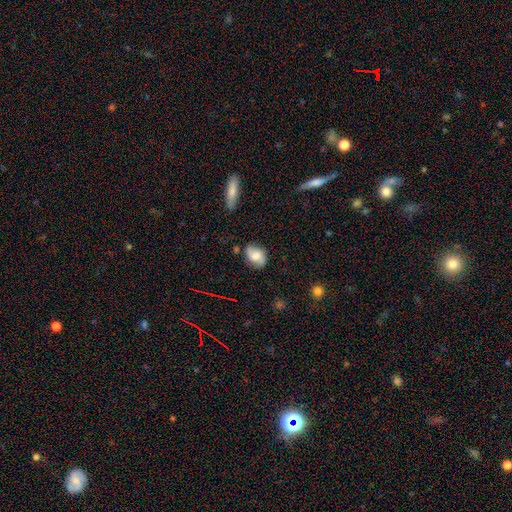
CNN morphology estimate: Smooth or featured?
  - smooth: 60% *
  - featured or disk: 32%
  - star or artifact: 9%
How rounded?
  - in between: 75% *
  - round: 23%
  - cigar-shaped: 2%
Merging?
  - none: 73% *
  - minor disturbance: 20%
  - major disturbance: 4%
  - merger: 2%